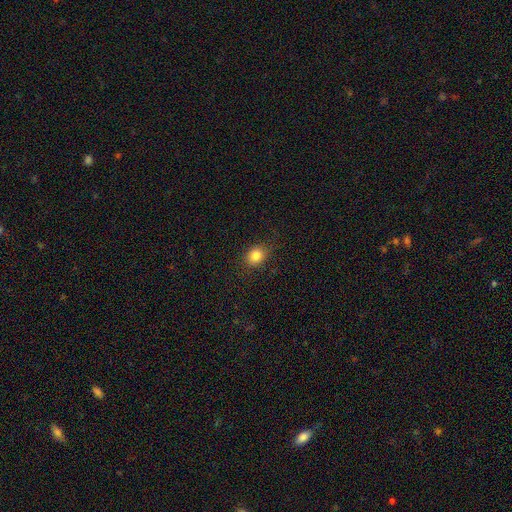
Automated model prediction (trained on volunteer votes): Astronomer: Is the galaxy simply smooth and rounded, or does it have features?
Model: smooth — 84%.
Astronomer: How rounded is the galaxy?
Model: round — 63%.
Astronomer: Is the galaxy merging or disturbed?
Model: none — 85%.